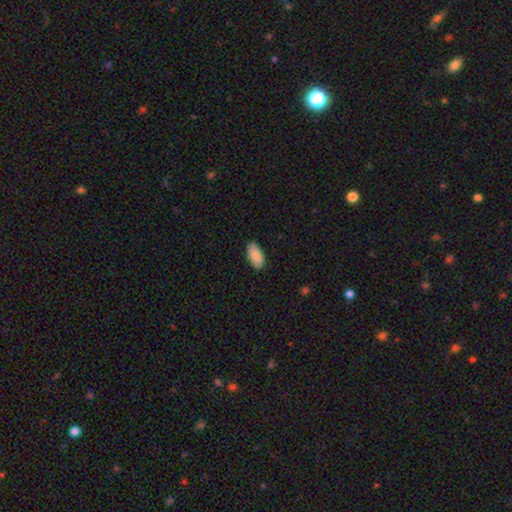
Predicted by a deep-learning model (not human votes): Smooth or featured? smooth (90%)
How rounded? in between (94%)
Merging? none (88%)